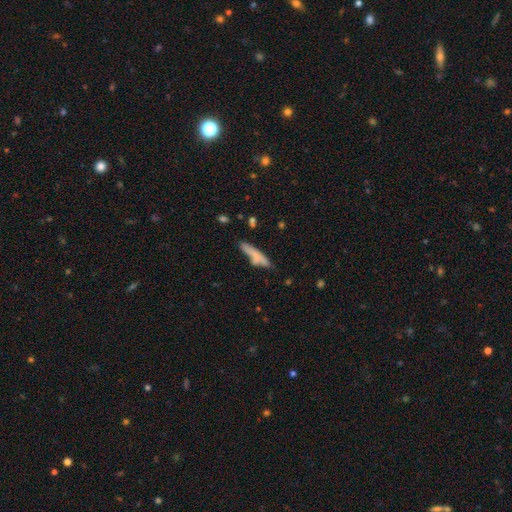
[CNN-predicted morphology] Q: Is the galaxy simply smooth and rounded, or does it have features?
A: smooth — 71%.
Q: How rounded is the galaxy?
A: cigar-shaped — 83%.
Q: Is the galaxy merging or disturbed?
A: none — 62%.